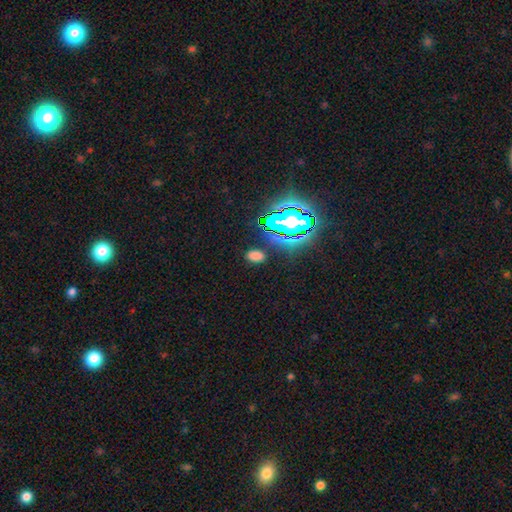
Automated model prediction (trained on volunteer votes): smooth 65%, star or artifact 28%, featured or disk 6%. Down the decision tree: how rounded — in between (86%); merging — none (85%).